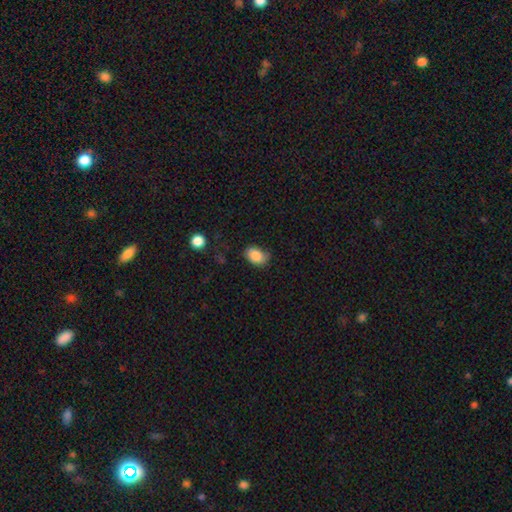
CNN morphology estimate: This appears to be a smooth galaxy with no disk features (86%) that is in between round and cigar-shaped (77%). Merging: none (69%).